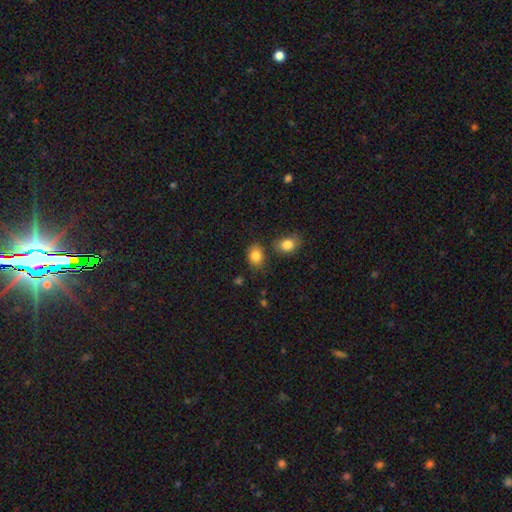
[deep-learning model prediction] This appears to be a smooth galaxy with no disk features (84%) that is in between round and cigar-shaped (58%). Merging: none (71%).